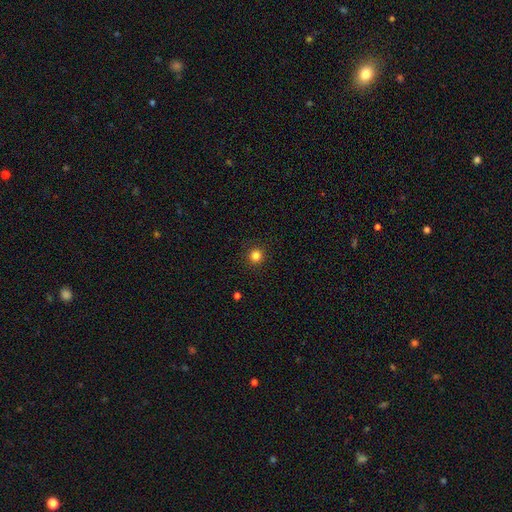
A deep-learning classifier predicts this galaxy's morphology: The model was most divided on "smooth or featured": smooth: 83%, star or artifact: 13%, featured or disk: 4%. More confident: how rounded — round (94%); merging — none (92%).